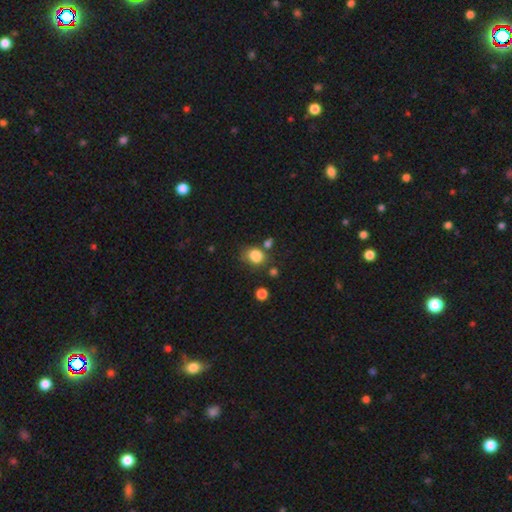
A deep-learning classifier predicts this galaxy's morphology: The model was most divided on "how rounded": round: 55%, in between: 44%, cigar-shaped: 1%. More confident: smooth or featured — smooth (84%); merging — none (62%).